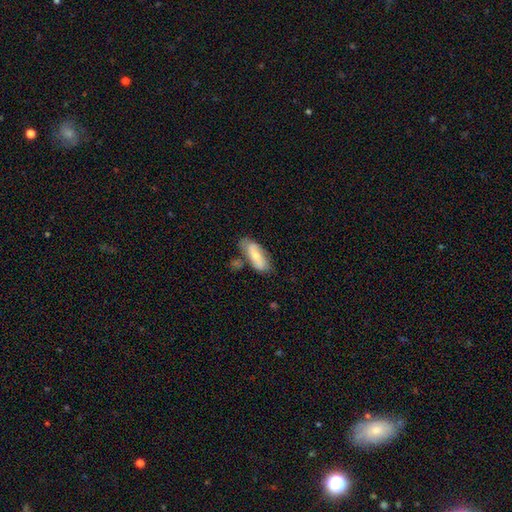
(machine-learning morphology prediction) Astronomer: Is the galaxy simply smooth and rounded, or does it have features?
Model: smooth — 60%.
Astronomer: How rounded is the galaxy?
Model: in between — 78%.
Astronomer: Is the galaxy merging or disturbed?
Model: none — 60%.